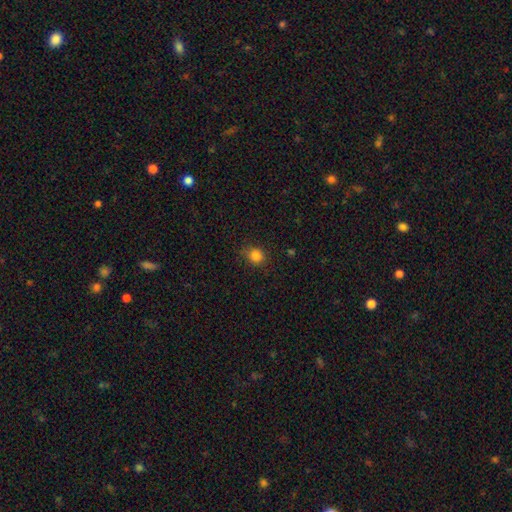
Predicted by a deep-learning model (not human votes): smooth_or_featured: smooth (p=0.84) [alt: star or artifact p=0.12]
how_rounded: round (p=0.81) [alt: in between p=0.18]
merging: none (p=0.82) [alt: minor disturbance p=0.13]